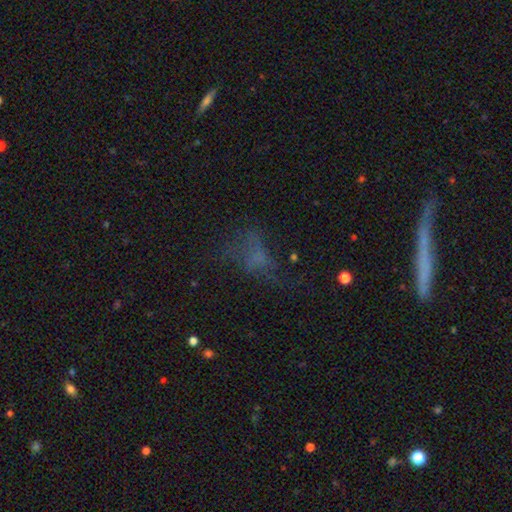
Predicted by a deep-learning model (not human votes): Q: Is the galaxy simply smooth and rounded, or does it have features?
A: smooth — 40%.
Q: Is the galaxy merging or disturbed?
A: none — 39%.